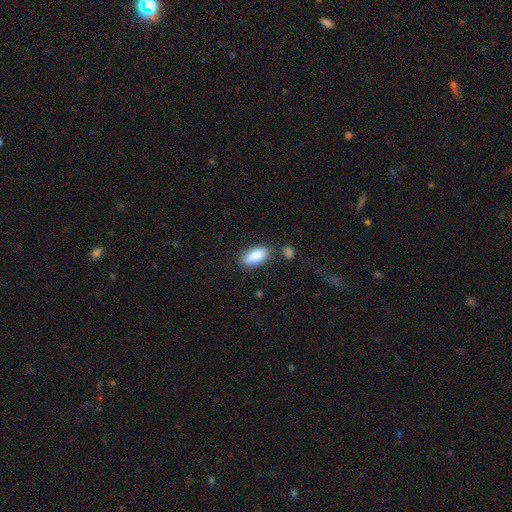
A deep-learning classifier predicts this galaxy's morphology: Q: Smooth or featured?
A: smooth (86%); runner-up: featured or disk (8%)
Q: How rounded?
A: in between (83%); runner-up: cigar-shaped (15%)
Q: Merging?
A: none (74%); runner-up: minor disturbance (14%)